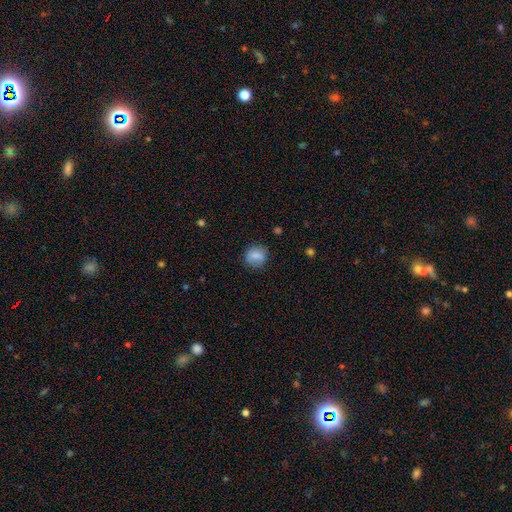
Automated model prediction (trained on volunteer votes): Morphology: type=smooth (79%); roundness=round (78%); merging=none (80%).